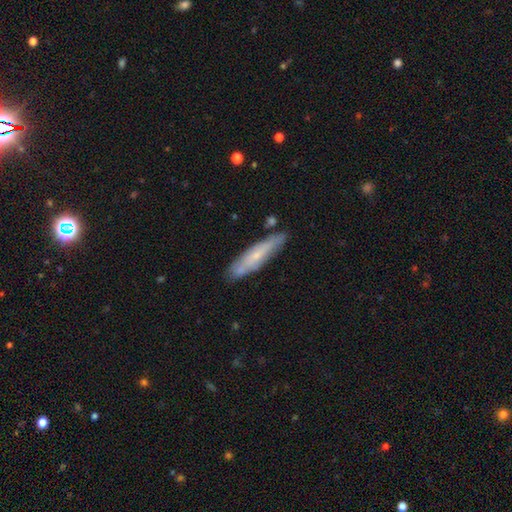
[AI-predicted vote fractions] A featured or disk galaxy (48%). Merging: none (77%).